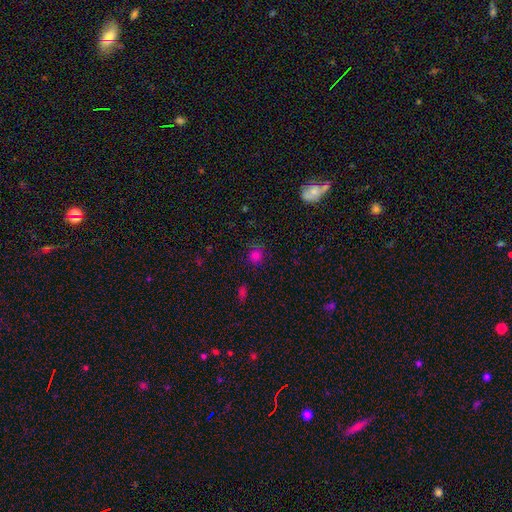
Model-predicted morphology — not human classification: The model was most divided on "smooth or featured": smooth: 79%, star or artifact: 16%, featured or disk: 5%. More confident: how rounded — round (82%); merging — none (81%).